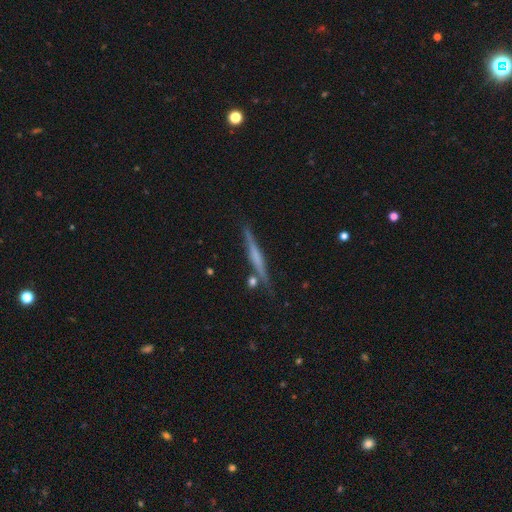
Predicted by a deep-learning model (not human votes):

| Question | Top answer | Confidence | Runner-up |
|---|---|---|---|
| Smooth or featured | featured or disk | 58% | smooth (36%) |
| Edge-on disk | yes | 97% | no (3%) |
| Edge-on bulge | none | 59% | rounded (24%) |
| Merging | none | 82% | minor disturbance (11%) |